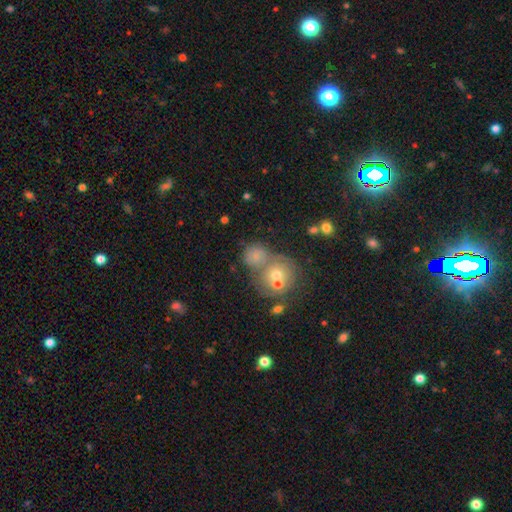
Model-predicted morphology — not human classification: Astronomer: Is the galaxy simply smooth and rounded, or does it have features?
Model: smooth — 64%.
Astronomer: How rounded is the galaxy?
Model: round — 78%.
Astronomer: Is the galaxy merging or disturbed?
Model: merger — 51% (runner-up: none, 32%).